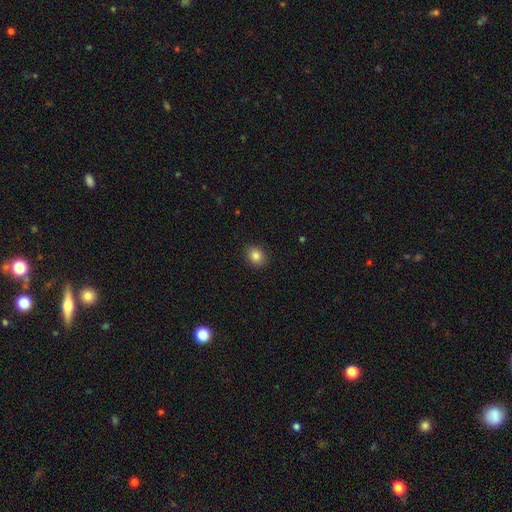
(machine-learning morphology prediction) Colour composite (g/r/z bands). It shows a smooth galaxy with no disk features (84%) that is round (51%). Merging: none (89%).